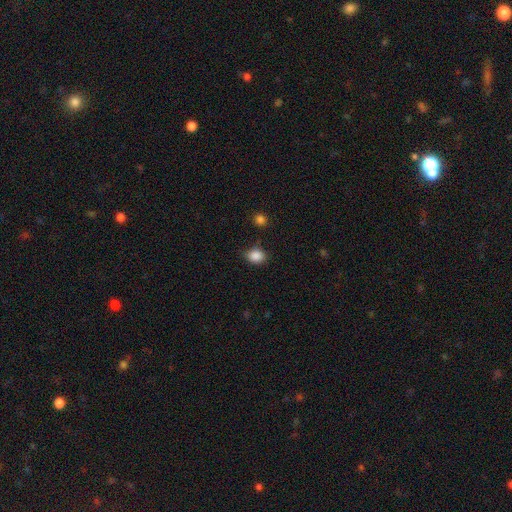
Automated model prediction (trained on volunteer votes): smooth-or-featured: smooth: 87% | star or artifact: 10% | featured or disk: 4%
  how-rounded: in between: 51% | round: 48% | cigar-shaped: 1%
  merging: none: 76% | minor disturbance: 18% | major disturbance: 4% | merger: 3%